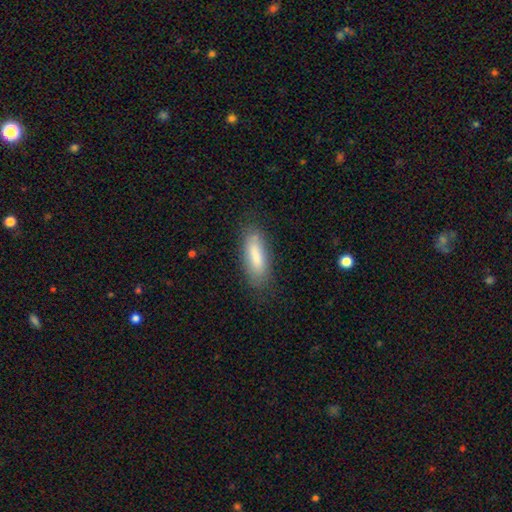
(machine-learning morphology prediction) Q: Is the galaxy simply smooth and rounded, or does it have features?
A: smooth — 80%.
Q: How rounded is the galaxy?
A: cigar-shaped — 53%.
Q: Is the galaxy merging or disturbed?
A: none — 78%.